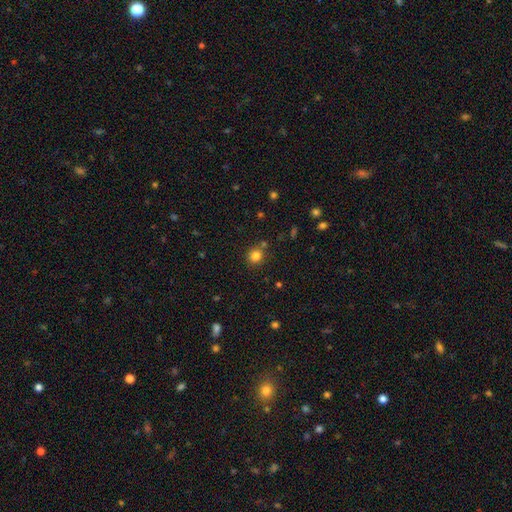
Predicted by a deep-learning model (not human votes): This is clearly a smooth galaxy (81%). How rounded: clearly round (89%). Merging: clearly none (80%).